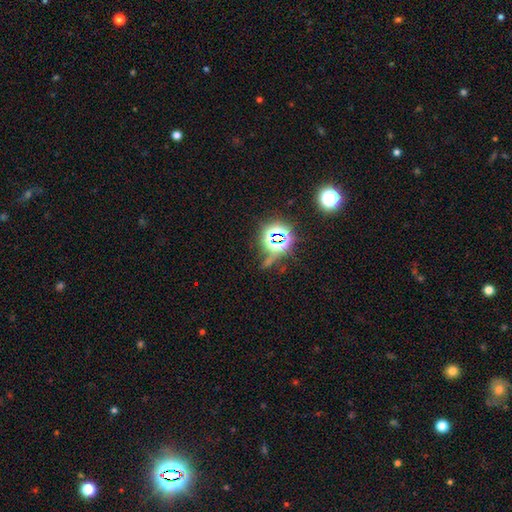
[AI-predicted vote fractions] This is likely a star or artifact rather than a galaxy (75%).